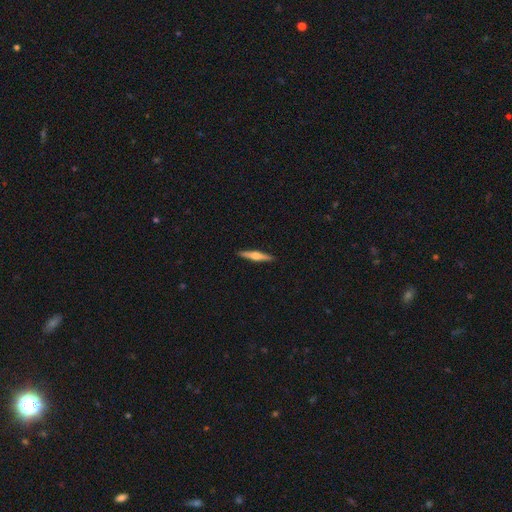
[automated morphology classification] featured or disk 65%, smooth 30%, star or artifact 6%. Down the decision tree: edge-on disk — yes (98%); edge-on bulge — rounded (85%); merging — none (92%).